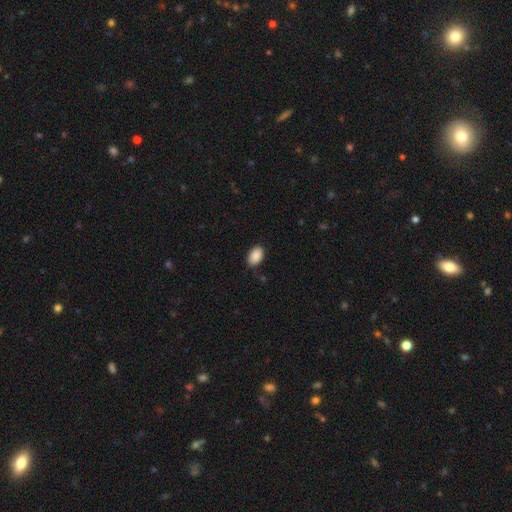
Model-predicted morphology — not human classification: smooth_or_featured: smooth (p=0.89) [alt: star or artifact p=0.07]
how_rounded: in between (p=0.89) [alt: round p=0.09]
merging: none (p=0.81) [alt: minor disturbance p=0.15]